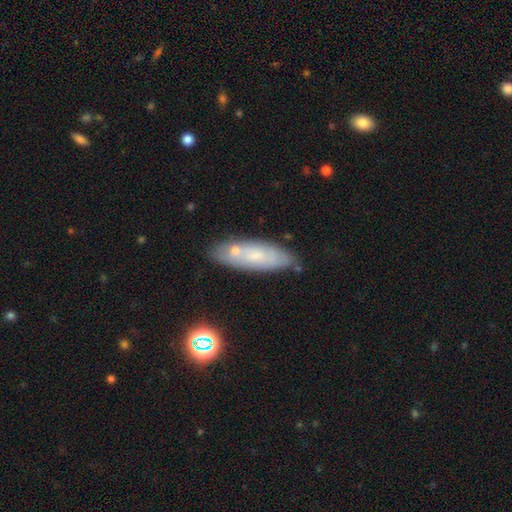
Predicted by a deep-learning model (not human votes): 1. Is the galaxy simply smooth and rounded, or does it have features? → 59% smooth, 32% featured or disk, 9% star or artifact.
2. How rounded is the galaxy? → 56% in between, 42% cigar-shaped, 2% round.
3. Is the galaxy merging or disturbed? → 70% none, 17% minor disturbance, 9% merger, 4% major disturbance.